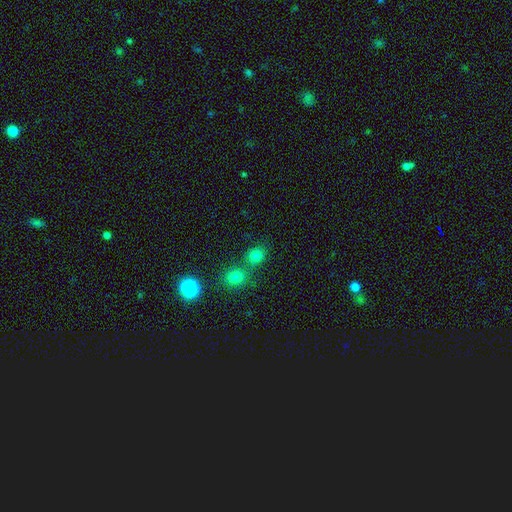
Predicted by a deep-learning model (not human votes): Smooth or featured? Predicted: smooth (p=0.77). How rounded? Predicted: round (p=0.73). Merging? Predicted: none (p=0.59).